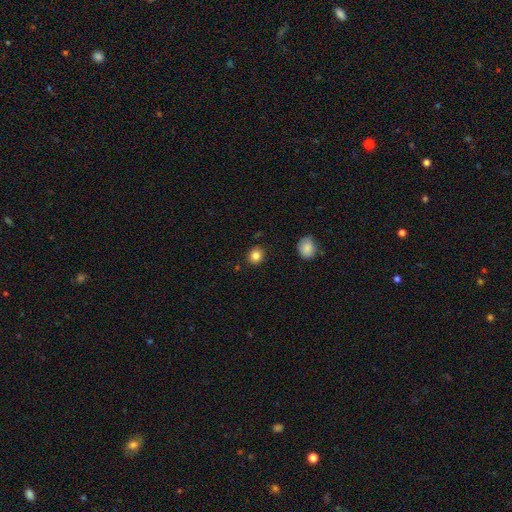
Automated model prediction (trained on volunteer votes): A smooth galaxy with no disk features (84%) that is round (82%). Merging: none (89%).